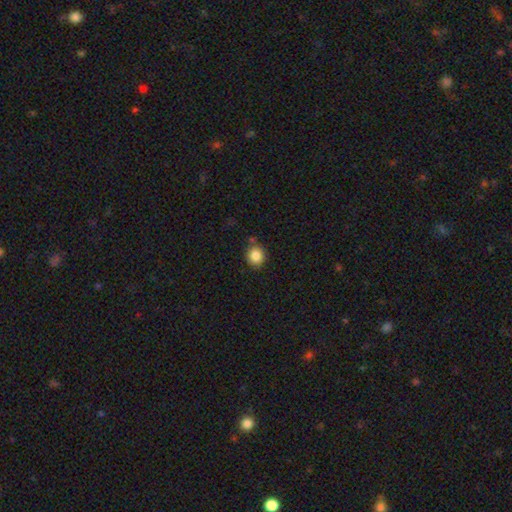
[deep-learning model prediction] smooth_or_featured: smooth (p=0.86) [alt: star or artifact p=0.09]
how_rounded: round (p=0.85) [alt: in between p=0.15]
merging: none (p=0.78) [alt: minor disturbance p=0.13]